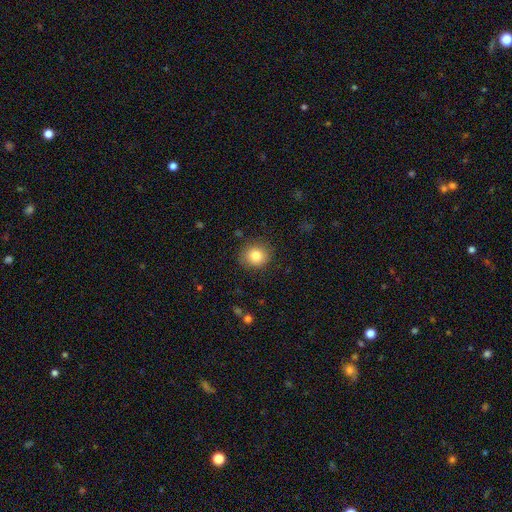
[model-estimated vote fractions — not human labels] Smooth or featured: smooth — 83% (star or artifact — 10%)
How rounded: round — 84% (in between — 16%)
Merging: none — 87% (minor disturbance — 9%)